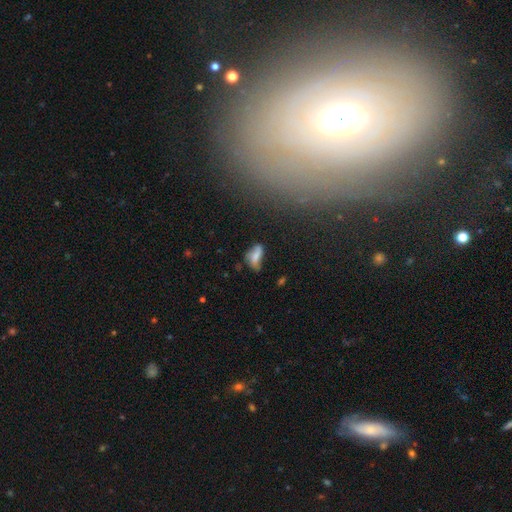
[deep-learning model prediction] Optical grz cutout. It shows a smooth galaxy with no disk features (61%) that is in between round and cigar-shaped (82%). Merging: none (43%).